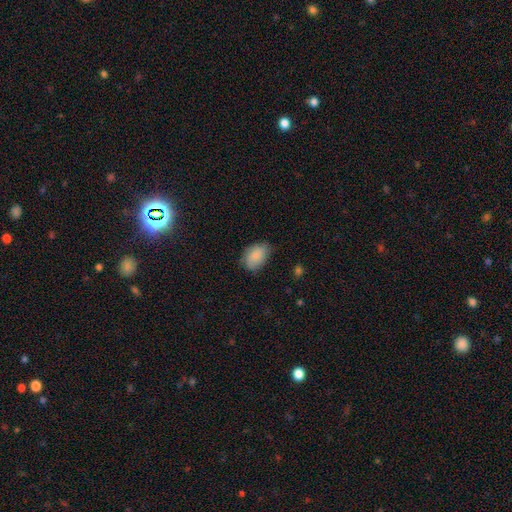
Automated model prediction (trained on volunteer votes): Smooth or featured? Predicted: smooth (p=0.85). How rounded? Predicted: in between (p=0.87). Merging? Predicted: none (p=0.66).